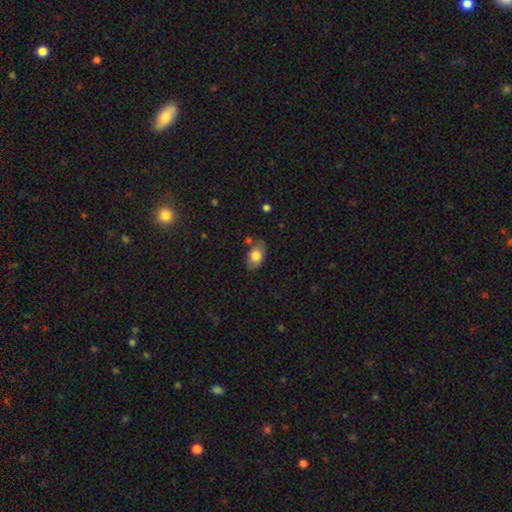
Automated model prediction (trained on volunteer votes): A smooth galaxy with no disk features (78%) that is in between round and cigar-shaped (87%). Merging: none (73%).